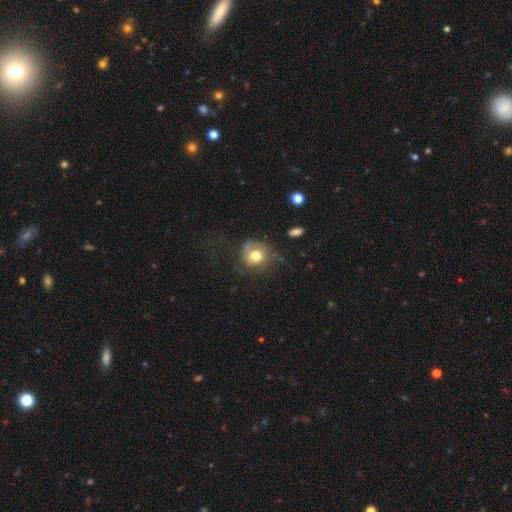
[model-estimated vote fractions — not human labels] Smooth or featured? Predicted: smooth (p=0.74). How rounded? Predicted: round (p=0.83). Merging? Predicted: none (p=0.55).